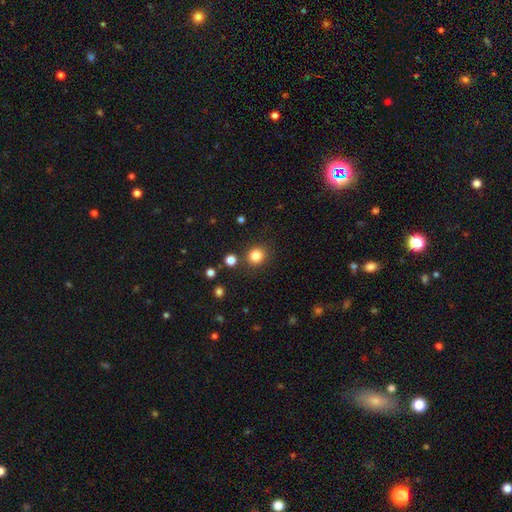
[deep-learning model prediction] Q: Smooth or featured?
A: smooth (83%); runner-up: star or artifact (12%)
Q: How rounded?
A: round (87%); runner-up: in between (12%)
Q: Merging?
A: none (85%); runner-up: minor disturbance (8%)